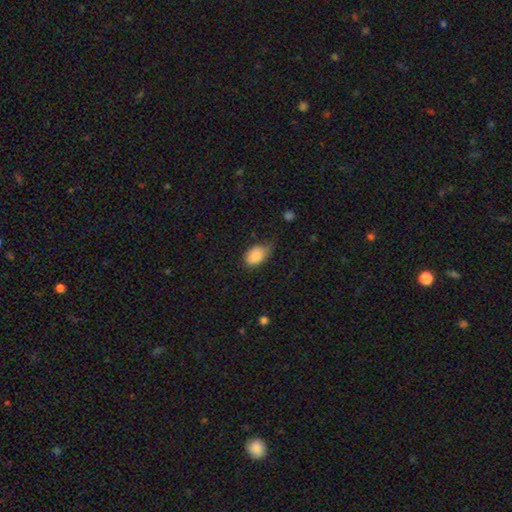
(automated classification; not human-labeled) The model was most divided on "merging": none: 44%, minor disturbance: 41%, major disturbance: 12%, merger: 2%. More confident: how rounded — in between (86%); smooth or featured — smooth (85%).